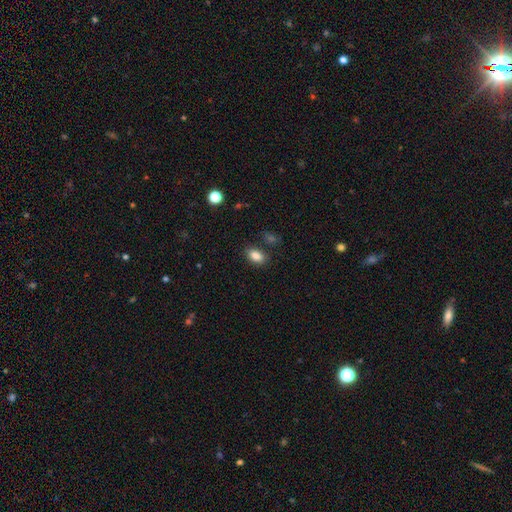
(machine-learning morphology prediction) A smooth galaxy with no disk features (86%) that is in between round and cigar-shaped (88%).

Vote fractions:
- Smooth or featured? smooth: 86% / star or artifact: 9% / featured or disk: 5%
- How rounded? in between: 88% / round: 10% / cigar-shaped: 2%
- Merging? none: 79% / minor disturbance: 12% / merger: 5% / major disturbance: 4%